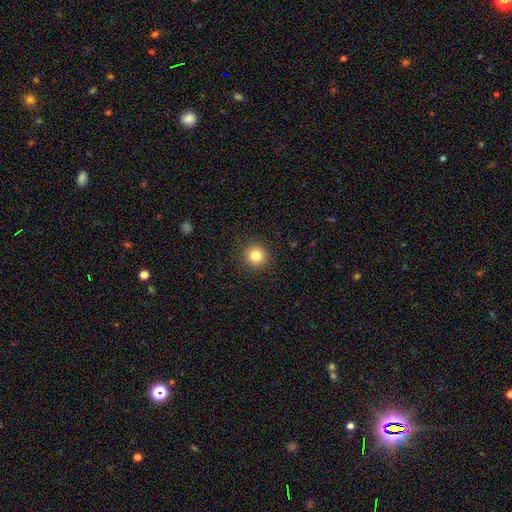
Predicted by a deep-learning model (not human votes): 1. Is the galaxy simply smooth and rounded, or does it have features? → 83% smooth, 11% star or artifact, 6% featured or disk.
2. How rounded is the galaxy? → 93% round, 6% in between, 1% cigar-shaped.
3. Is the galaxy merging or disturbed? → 91% none, 6% minor disturbance, 2% major disturbance, 1% merger.